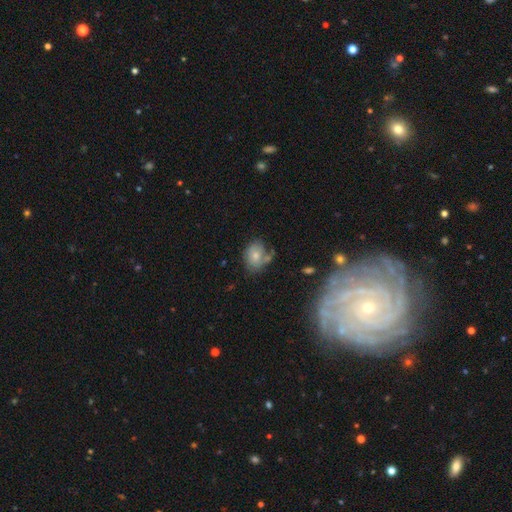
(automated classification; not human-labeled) Smooth or featured? Predicted: smooth (p=0.67). How rounded? Predicted: in between (p=0.64). Merging? Predicted: none (p=0.49).